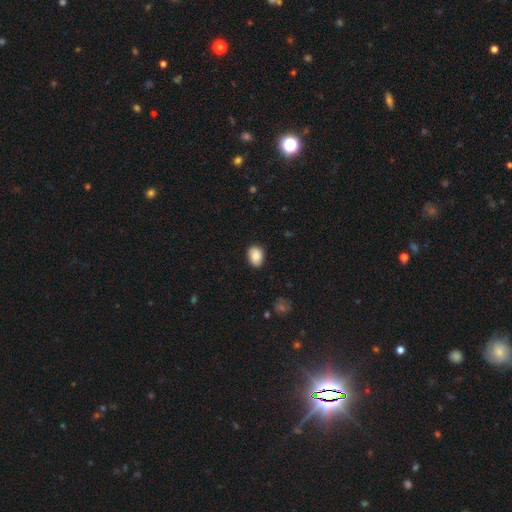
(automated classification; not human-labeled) smooth_or_featured: smooth (p=0.82) [alt: featured or disk p=0.10]
how_rounded: in between (p=0.69) [alt: round p=0.30]
merging: none (p=0.82) [alt: minor disturbance p=0.14]